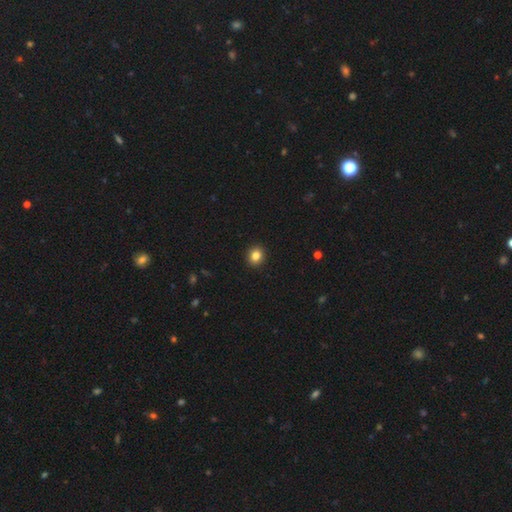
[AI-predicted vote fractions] smooth_or_featured: smooth (p=0.83) [alt: star or artifact p=0.11]
how_rounded: round (p=0.80) [alt: in between p=0.19]
merging: none (p=0.93) [alt: minor disturbance p=0.05]